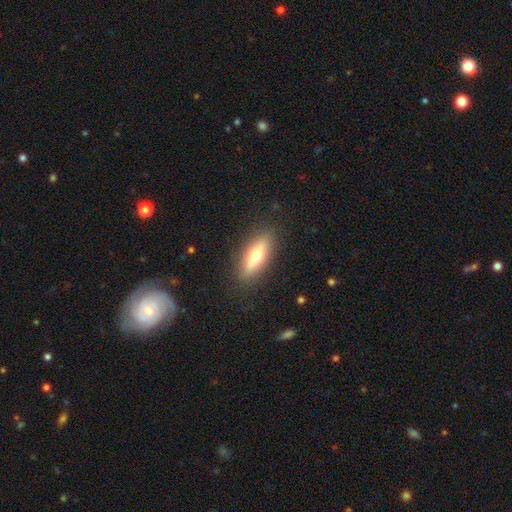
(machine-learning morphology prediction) Overall: smooth (52%; featured or disk 41%). How rounded: in between (52%; cigar-shaped 45%). Merging: none (87%).